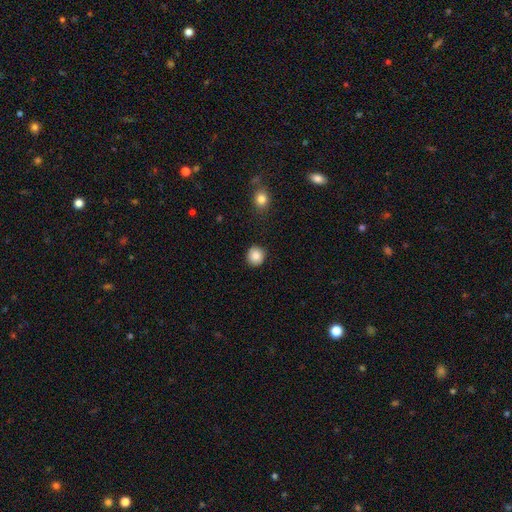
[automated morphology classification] Q: Smooth or featured?
A: smooth (87%); runner-up: star or artifact (9%)
Q: How rounded?
A: round (92%); runner-up: in between (7%)
Q: Merging?
A: none (90%); runner-up: minor disturbance (6%)